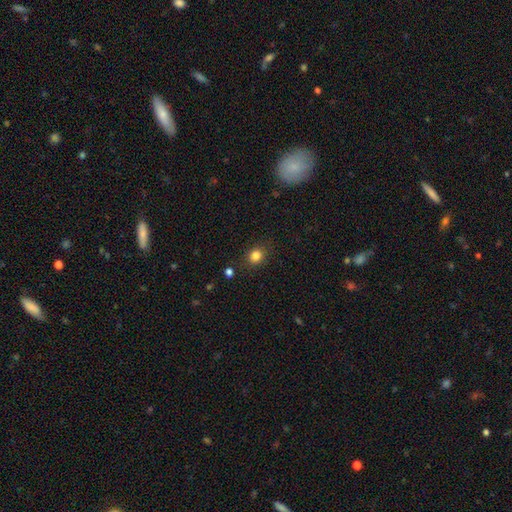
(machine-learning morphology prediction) Smooth or featured: smooth — 84% (star or artifact — 12%)
How rounded: round — 72% (in between — 27%)
Merging: none — 85% (minor disturbance — 10%)